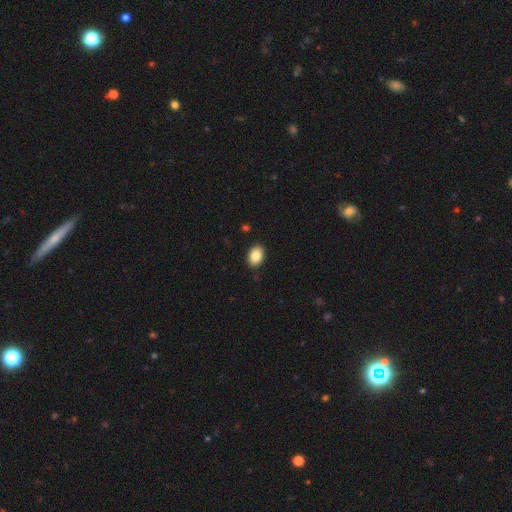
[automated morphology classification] Smooth or featured?
  - smooth: 85% *
  - star or artifact: 8%
  - featured or disk: 7%
How rounded?
  - in between: 81% *
  - round: 18%
  - cigar-shaped: 1%
Merging?
  - none: 89% *
  - minor disturbance: 8%
  - major disturbance: 2%
  - merger: 1%